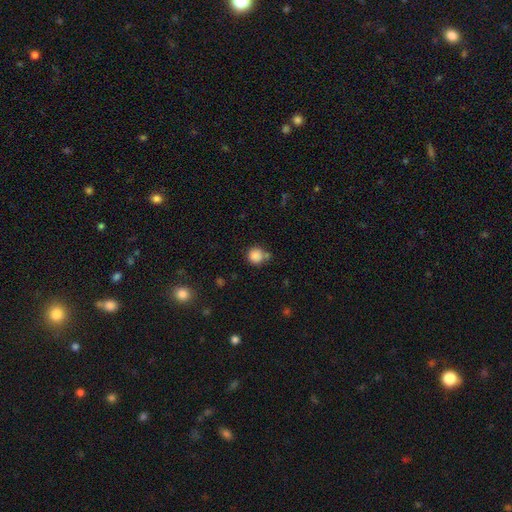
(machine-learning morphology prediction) Overall: smooth (84%). How rounded: round (91%). Merging: none (65%).